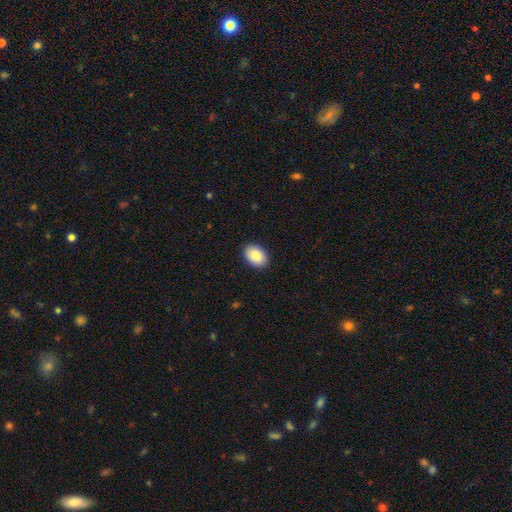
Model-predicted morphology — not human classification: type=smooth (89%); roundness=in between (86%); merging=none (90%).